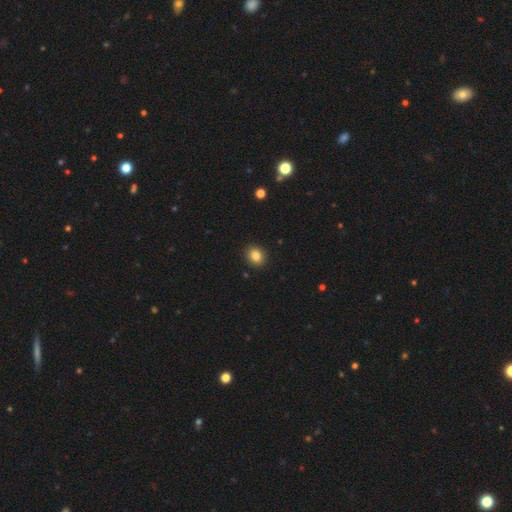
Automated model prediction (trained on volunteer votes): Smooth or featured?
  - smooth: 85% *
  - star or artifact: 11%
  - featured or disk: 5%
How rounded?
  - round: 64% *
  - in between: 35%
  - cigar-shaped: 1%
Merging?
  - none: 91% *
  - minor disturbance: 6%
  - major disturbance: 2%
  - merger: 1%